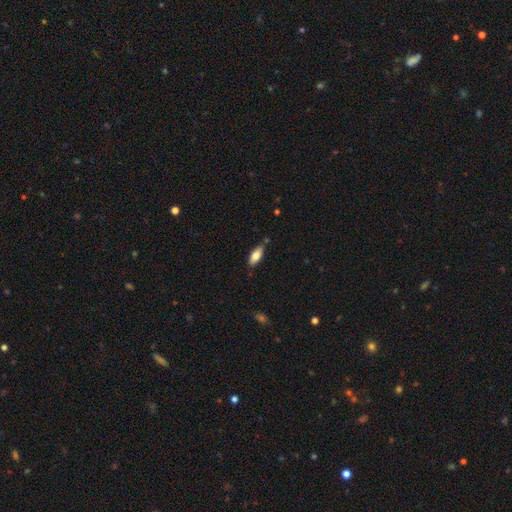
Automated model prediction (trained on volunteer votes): smooth_or_featured: smooth (p=0.74) [alt: featured or disk p=0.20]
how_rounded: in between (p=0.73) [alt: cigar-shaped p=0.25]
merging: none (p=0.77) [alt: minor disturbance p=0.17]